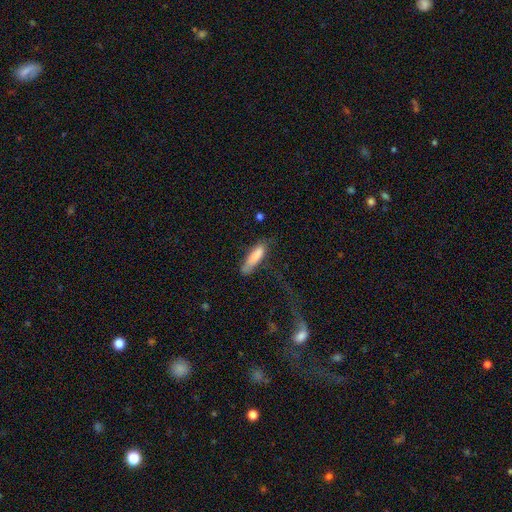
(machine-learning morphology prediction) Q: Smooth or featured?
A: smooth (80%); runner-up: featured or disk (14%)
Q: How rounded?
A: cigar-shaped (67%); runner-up: in between (32%)
Q: Merging?
A: none (53%); runner-up: minor disturbance (27%)